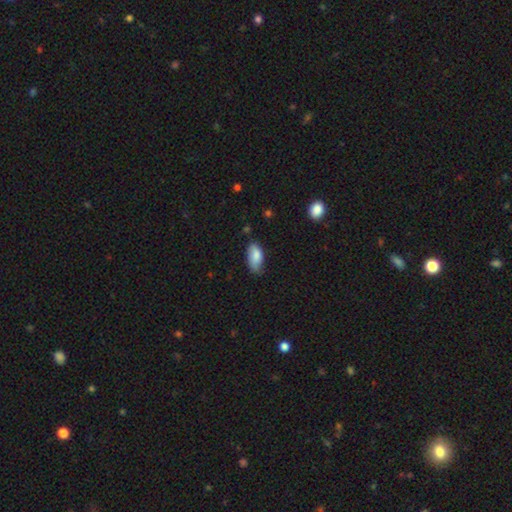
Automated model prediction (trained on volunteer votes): This appears to be a smooth galaxy with no disk features (82%) that is in between round and cigar-shaped (92%). Merging: none (62%).